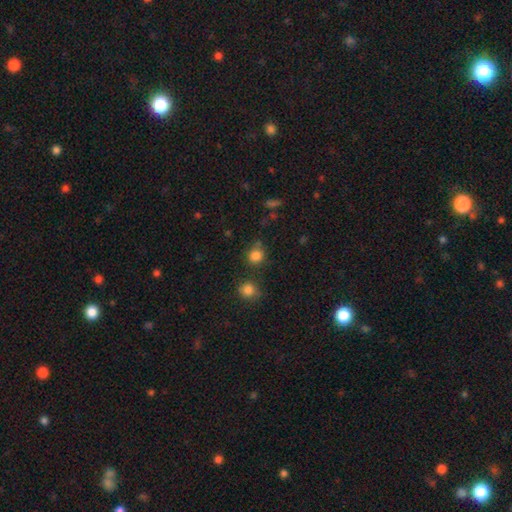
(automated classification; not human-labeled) The model was most divided on "merging": none: 73%, minor disturbance: 12%, merger: 11%, major disturbance: 4%. More confident: how rounded — round (87%); smooth or featured — smooth (82%).